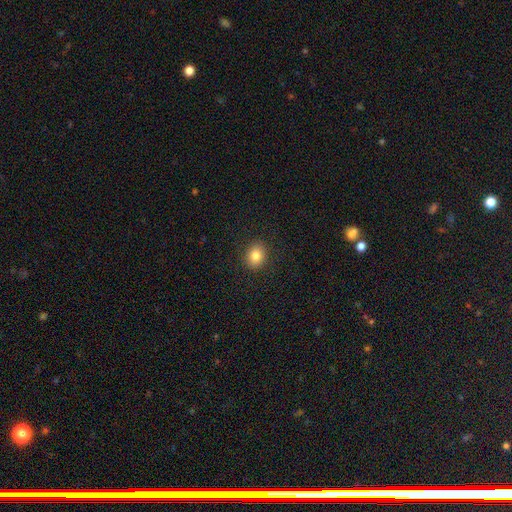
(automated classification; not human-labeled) Smooth or featured? Predicted: smooth (p=0.83). How rounded? Predicted: round (p=0.57). Merging? Predicted: none (p=0.90).